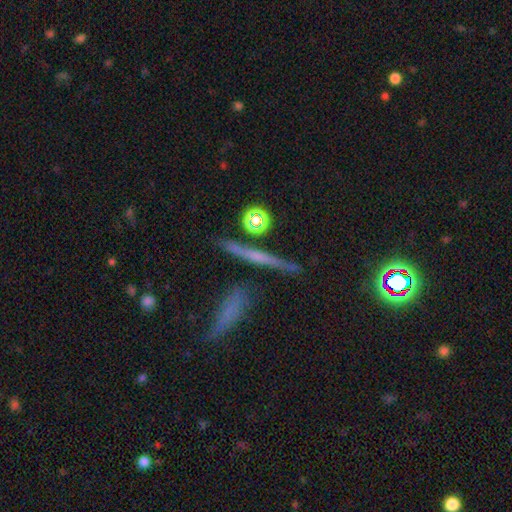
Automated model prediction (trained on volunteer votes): featured or disk 50%, smooth 32%, star or artifact 19%. Down the decision tree: merging — none (80%).